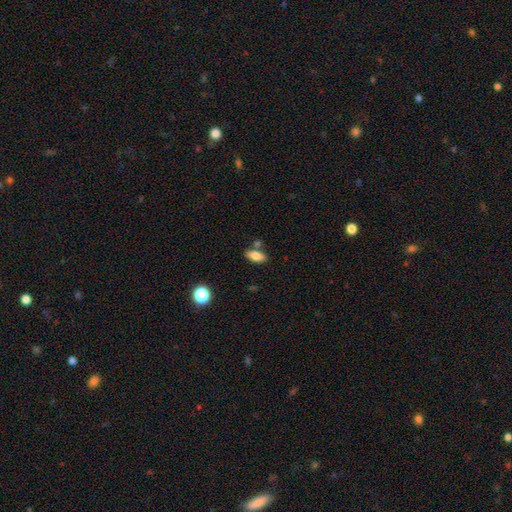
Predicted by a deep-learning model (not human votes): smooth-or-featured: smooth: 82% | featured or disk: 10% | star or artifact: 8%
  how-rounded: in between: 86% | cigar-shaped: 10% | round: 4%
  merging: none: 74% | merger: 12% | minor disturbance: 11% | major disturbance: 3%